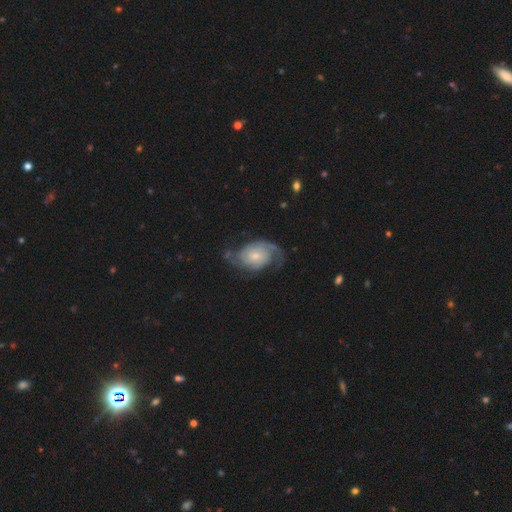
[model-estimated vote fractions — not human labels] smooth_or_featured: featured or disk (p=0.78) [alt: smooth p=0.16]
disk_edge_on: no (p=0.97) [alt: yes p=0.03]
bar: no (p=0.69) [alt: weak p=0.27]
has_spiral_arms: yes (p=0.93) [alt: no p=0.07]
spiral_winding: medium (p=0.41) [alt: tight p=0.30]
spiral_arm_count: 2 (p=0.72) [alt: can't tell p=0.12]
bulge_size: small (p=0.59) [alt: moderate p=0.32]
merging: none (p=0.58) [alt: minor disturbance p=0.22]